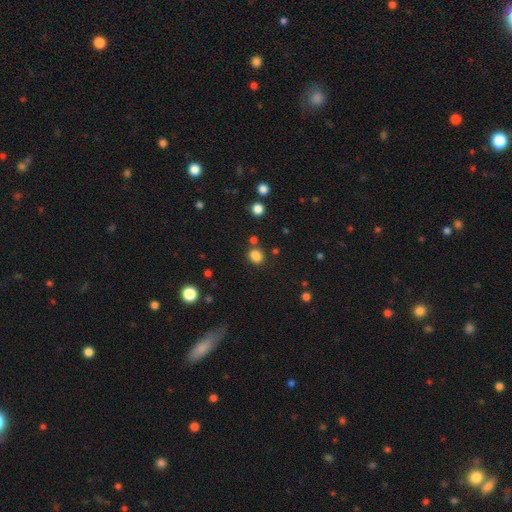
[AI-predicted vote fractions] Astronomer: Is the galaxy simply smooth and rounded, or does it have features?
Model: smooth — 83%.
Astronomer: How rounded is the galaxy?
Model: round — 57% (runner-up: in between, 42%).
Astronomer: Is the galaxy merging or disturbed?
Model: none — 77%.